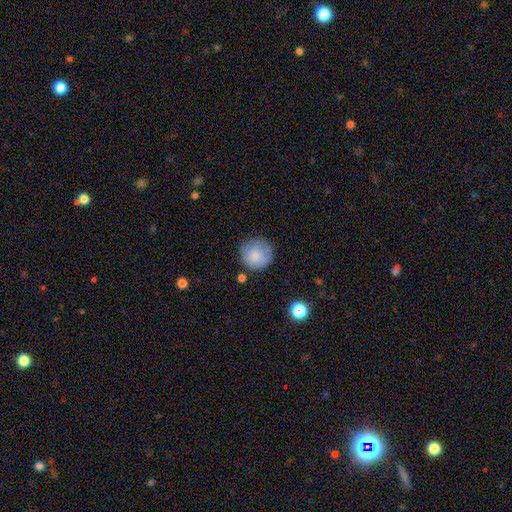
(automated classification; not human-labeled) Morphology: type=smooth (83%); roundness=round (94%); merging=none (80%).